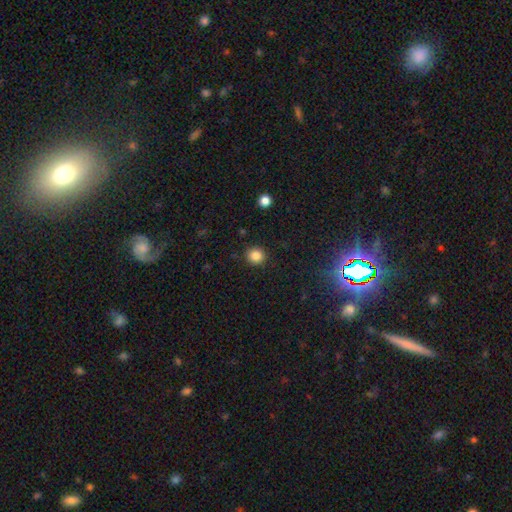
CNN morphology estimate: This is clearly a smooth galaxy (85%). How rounded: clearly round (89%). Merging: clearly none (90%).